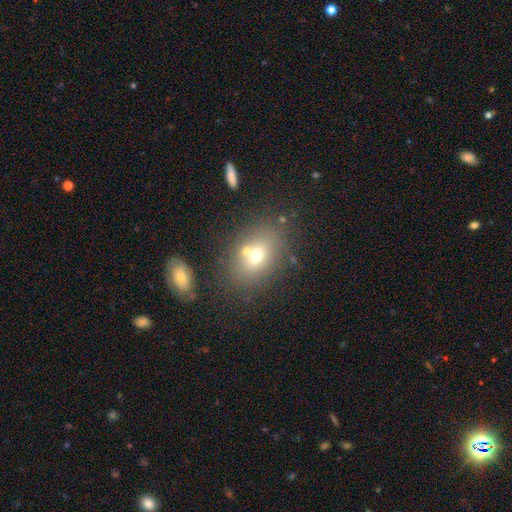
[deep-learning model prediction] Q: Smooth or featured?
A: smooth (64%); runner-up: featured or disk (21%)
Q: How rounded?
A: in between (70%); runner-up: round (29%)
Q: Merging?
A: none (59%); runner-up: merger (24%)